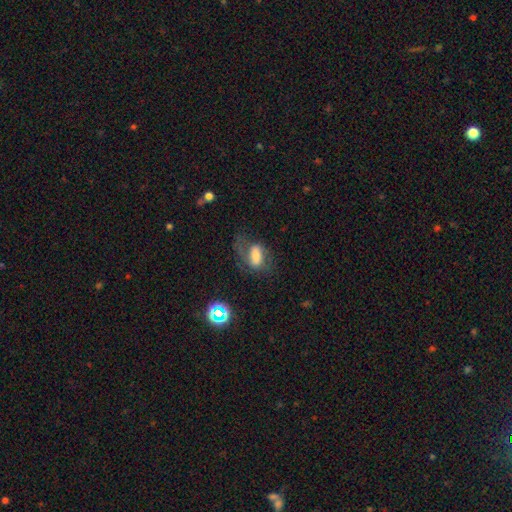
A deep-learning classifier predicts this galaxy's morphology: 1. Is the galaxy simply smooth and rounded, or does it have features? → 44% featured or disk (tied), 44% smooth (tied), 12% star or artifact.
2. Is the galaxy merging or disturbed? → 46% none, 30% major disturbance, 22% minor disturbance, 3% merger.